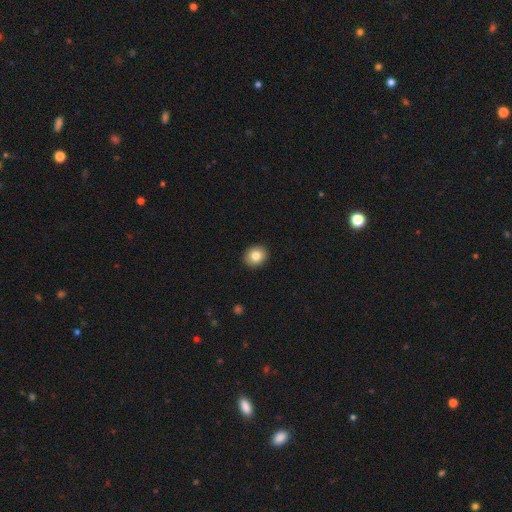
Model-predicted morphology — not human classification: This is clearly a smooth galaxy (83%). How rounded: likely round (71%). Merging: clearly none (92%).